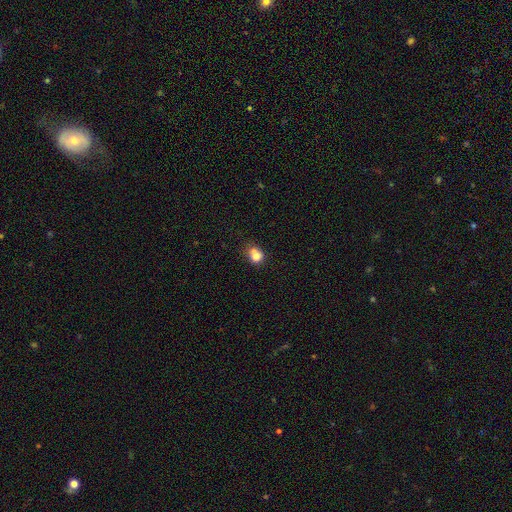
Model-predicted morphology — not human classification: Smooth or featured? smooth (77%)
How rounded? round (63%)
Merging? none (39%)